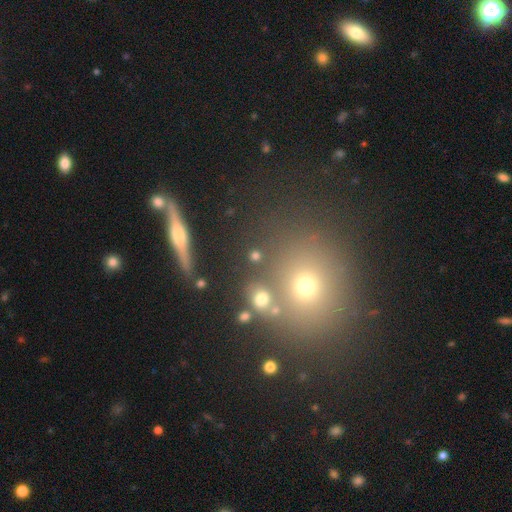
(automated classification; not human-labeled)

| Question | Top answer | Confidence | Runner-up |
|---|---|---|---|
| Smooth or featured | smooth | 73% | star or artifact (19%) |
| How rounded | round | 84% | in between (13%) |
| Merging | none | 77% | merger (11%) |